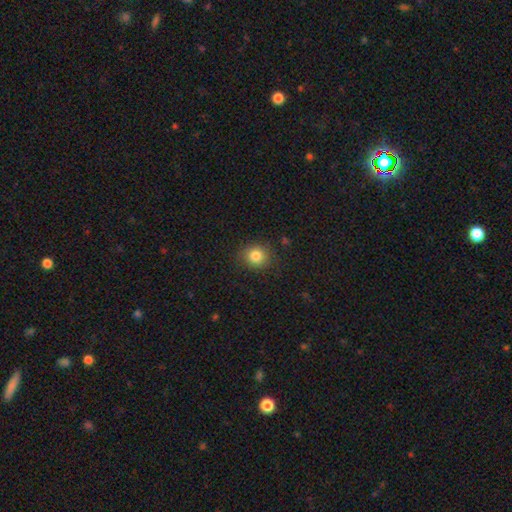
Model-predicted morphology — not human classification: A smooth galaxy with no disk features (82%) that is round (84%).

Vote fractions:
- Smooth or featured? smooth: 82% / star or artifact: 11% / featured or disk: 6%
- How rounded? round: 84% / in between: 15% / cigar-shaped: 1%
- Merging? none: 87% / minor disturbance: 9% / major disturbance: 3% / merger: 1%